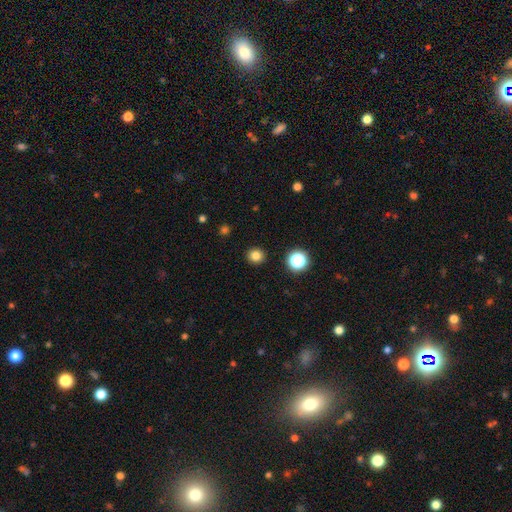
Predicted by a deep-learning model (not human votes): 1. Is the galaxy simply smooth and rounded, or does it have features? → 81% smooth, 14% star or artifact, 5% featured or disk.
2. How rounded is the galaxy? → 91% round, 8% in between, 1% cigar-shaped.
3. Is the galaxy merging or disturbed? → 92% none, 5% minor disturbance, 2% major disturbance, 1% merger.